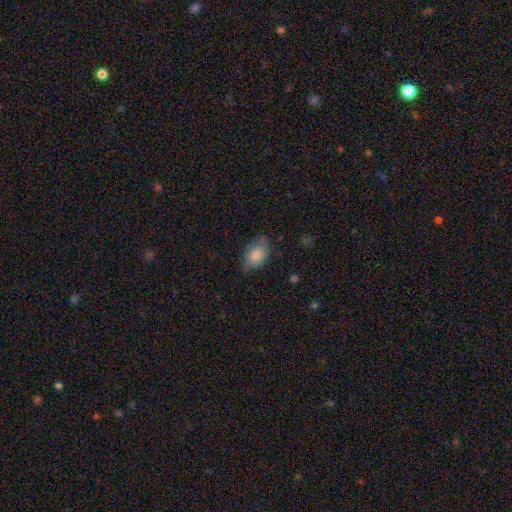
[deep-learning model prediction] Morphology: type=smooth (80%); roundness=in between (89%); merging=none (67%).